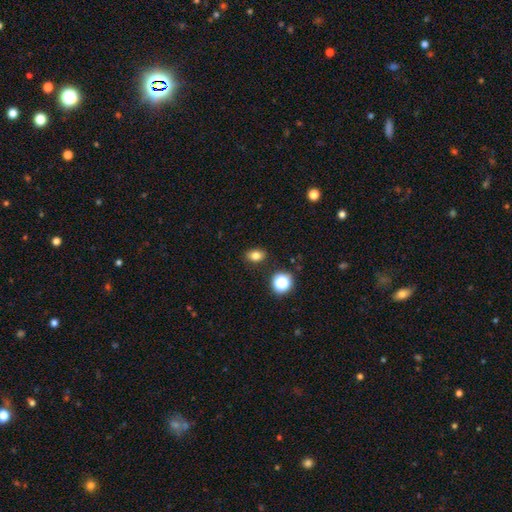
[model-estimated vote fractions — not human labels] Smooth or featured? smooth (79%)
How rounded? in between (70%)
Merging? none (86%)